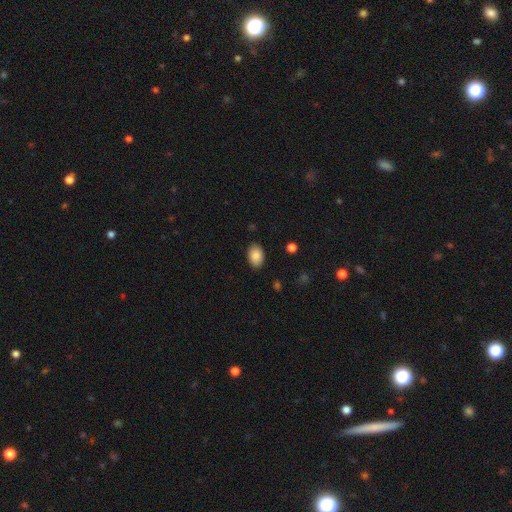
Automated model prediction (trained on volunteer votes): Morphology: type=smooth (88%); roundness=in between (85%); merging=none (87%).